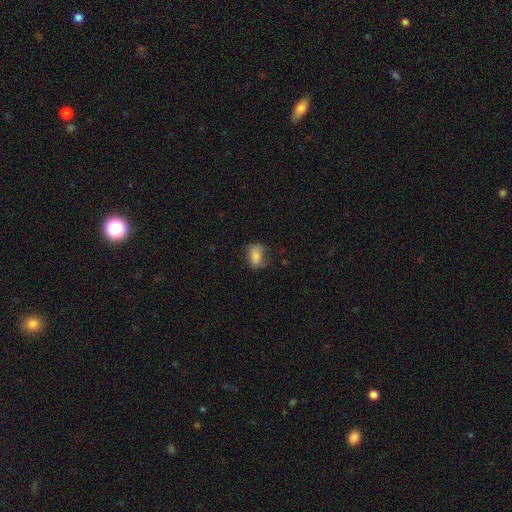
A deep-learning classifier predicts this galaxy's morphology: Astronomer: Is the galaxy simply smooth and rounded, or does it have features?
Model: smooth — 80%.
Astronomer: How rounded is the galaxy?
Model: in between — 81%.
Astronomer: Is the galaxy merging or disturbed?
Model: none — 62%.